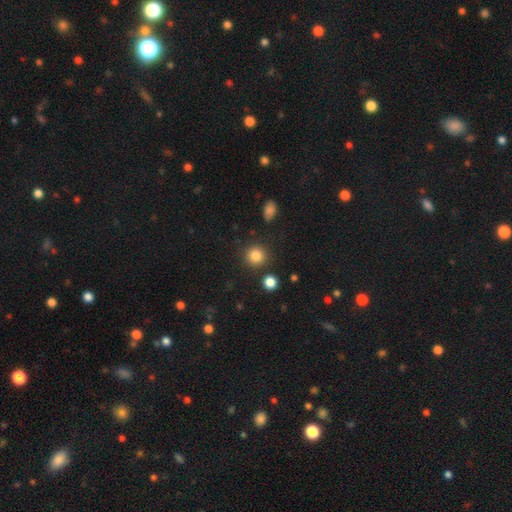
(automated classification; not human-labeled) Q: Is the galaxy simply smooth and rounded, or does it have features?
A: smooth — 84%.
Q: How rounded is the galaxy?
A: round — 92%.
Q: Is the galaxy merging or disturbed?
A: none — 88%.